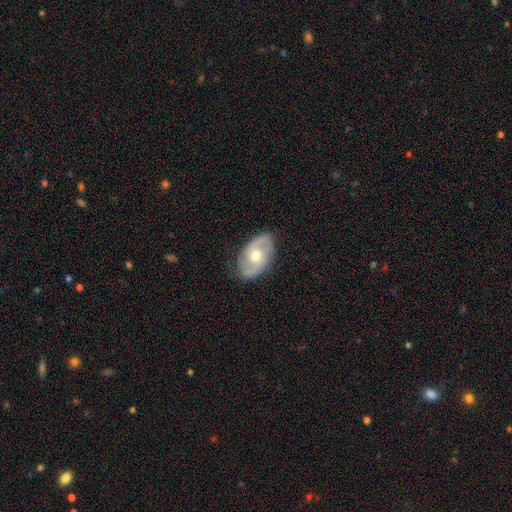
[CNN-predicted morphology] This appears to be a featured or disk galaxy (76%) with no bar (60%), 2 (86%) medium (47%) spiral arms (86%) and a moderate central bulge (75%). Merging: none (80%).